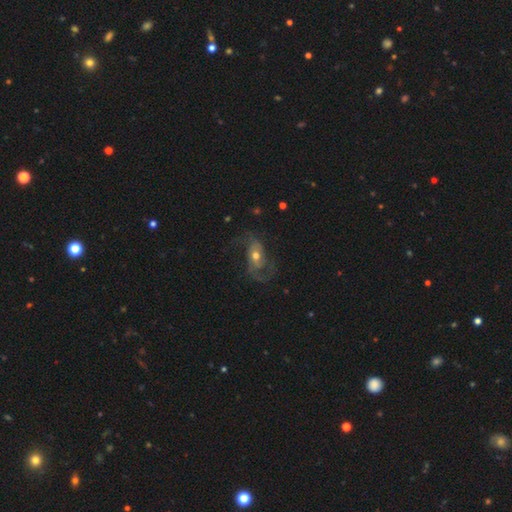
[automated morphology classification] A featured or disk galaxy (75%) with no bar (59%), 2 (76%) loose (47%) spiral arms (87%) and a moderate central bulge (69%).

Vote fractions:
- Smooth or featured? featured or disk: 75% / smooth: 17% / star or artifact: 8%
- Edge-on disk? no: 95% / yes: 5%
- Bar? no: 59% / weak: 29% / strong: 12%
- Spiral arms? yes: 87% / no: 13%
- Spiral winding? loose: 47% / medium: 40% / tight: 13%
- Spiral arm count? 2: 76% / can't tell: 9% / 1: 8% / 3: 4% / 4: 2% / more than 4: 2%
- Bulge size? moderate: 69% / small: 21% / large: 8% / none: 1% / dominant: 1%
- Merging? none: 52% / major disturbance: 27% / minor disturbance: 20% / merger: 2%